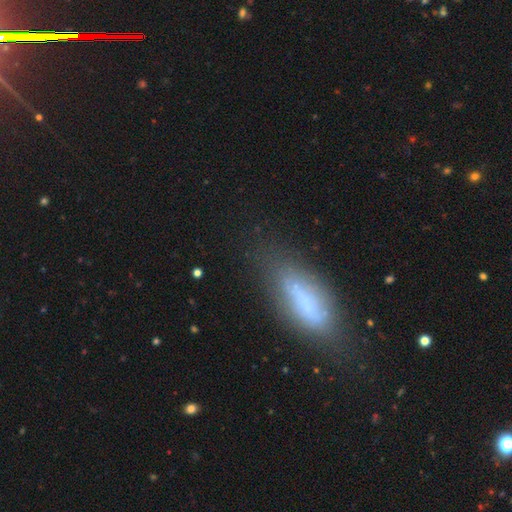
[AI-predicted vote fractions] A smooth galaxy with no disk features (59%) that is in between round and cigar-shaped (49%).

Vote fractions:
- Smooth or featured? smooth: 59% / featured or disk: 24% / star or artifact: 17%
- How rounded? in between: 49% / cigar-shaped: 48% / round: 3%
- Merging? none: 71% / minor disturbance: 20% / major disturbance: 7% / merger: 2%